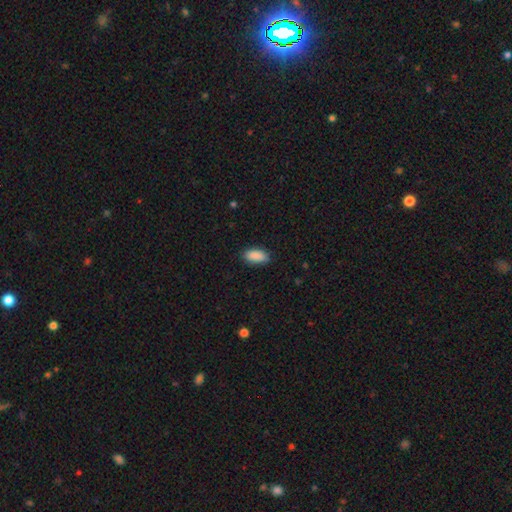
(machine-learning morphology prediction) Smooth or featured?
  - smooth: 90% *
  - star or artifact: 7%
  - featured or disk: 3%
How rounded?
  - in between: 89% *
  - cigar-shaped: 9%
  - round: 2%
Merging?
  - none: 86% *
  - minor disturbance: 11%
  - major disturbance: 2%
  - merger: 1%